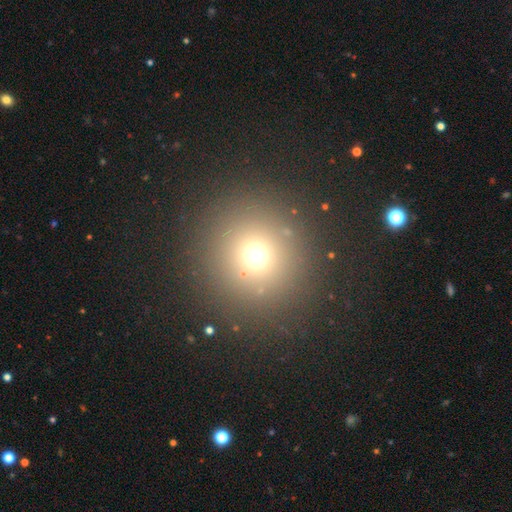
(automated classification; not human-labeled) A smooth galaxy with no disk features (66%) that is round (94%).

Vote fractions:
- Smooth or featured? smooth: 66% / star or artifact: 25% / featured or disk: 9%
- How rounded? round: 94% / in between: 5% / cigar-shaped: 1%
- Merging? none: 87% / minor disturbance: 6% / major disturbance: 4% / merger: 3%